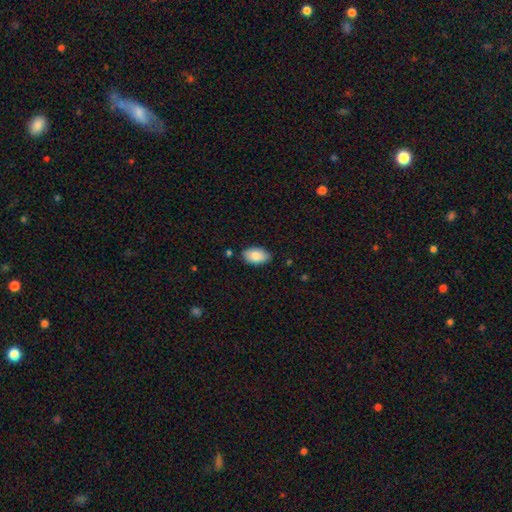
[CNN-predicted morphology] Overall: smooth (84%). How rounded: in between (94%). Merging: none (82%).